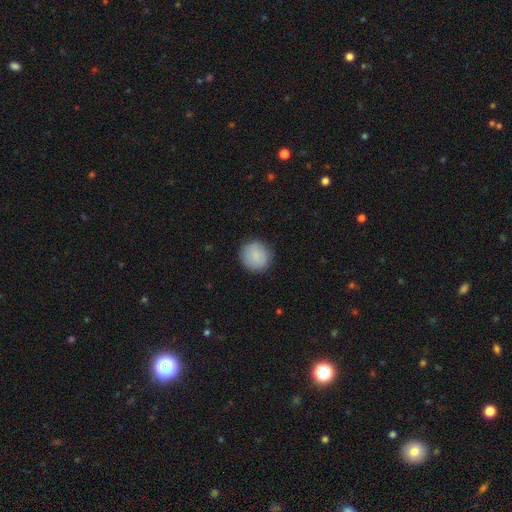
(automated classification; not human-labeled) The model was most divided on "merging": none: 88%, minor disturbance: 9%, major disturbance: 2%, merger: 1%. More confident: how rounded — round (91%); smooth or featured — smooth (88%).